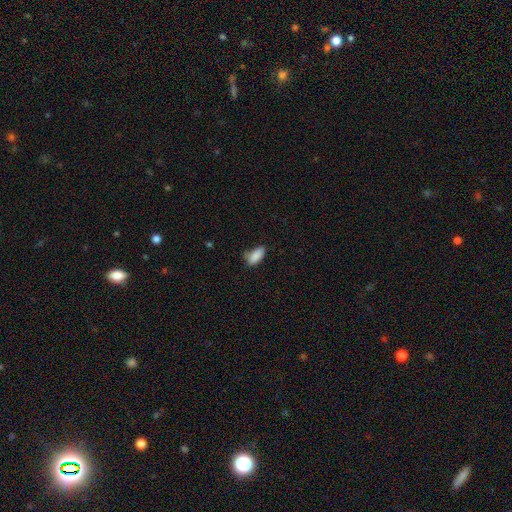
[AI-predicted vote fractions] smooth 87%, star or artifact 8%, featured or disk 5%. Down the decision tree: how rounded — in between (88%); merging — none (62%).